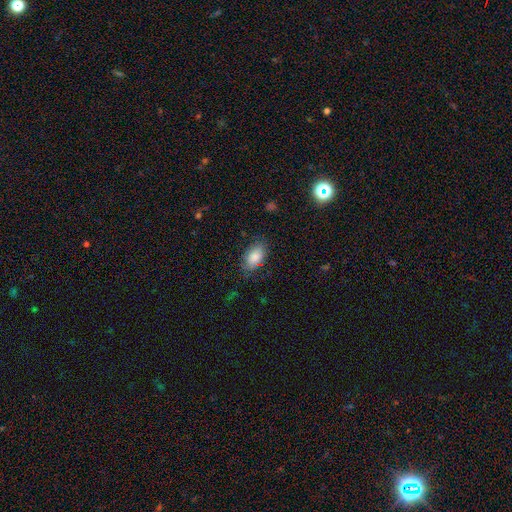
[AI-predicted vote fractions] Smooth or featured? Predicted: smooth (p=0.85). How rounded? Predicted: in between (p=0.92). Merging? Predicted: none (p=0.78).